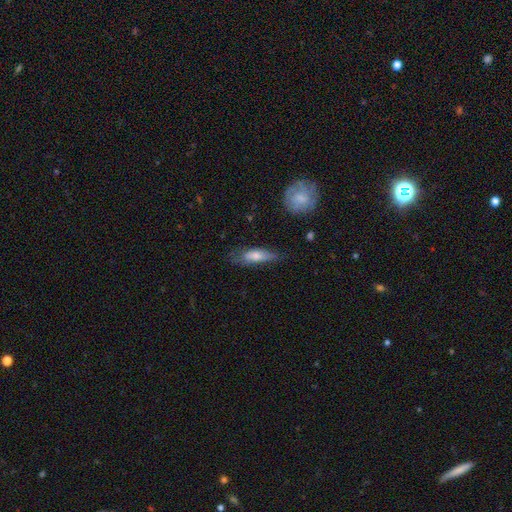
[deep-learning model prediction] This is likely a smooth galaxy (67%). How rounded: possibly in between (52%). Merging: possibly none (54%).